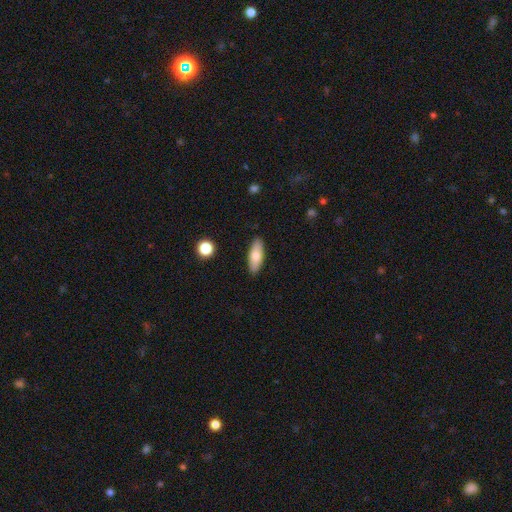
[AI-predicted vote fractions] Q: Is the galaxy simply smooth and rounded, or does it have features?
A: smooth — 73%.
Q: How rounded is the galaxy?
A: in between — 69%.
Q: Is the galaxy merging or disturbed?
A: none — 88%.